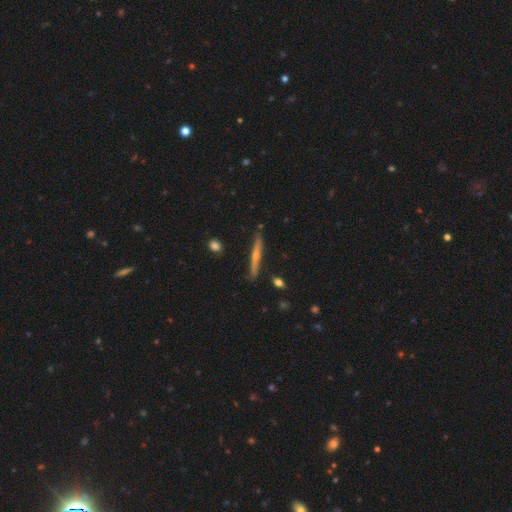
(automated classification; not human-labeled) This appears to be a featured or disk galaxy (66%) viewed edge-on (97%) with a rounded central bulge (74%). Merging: none (87%).